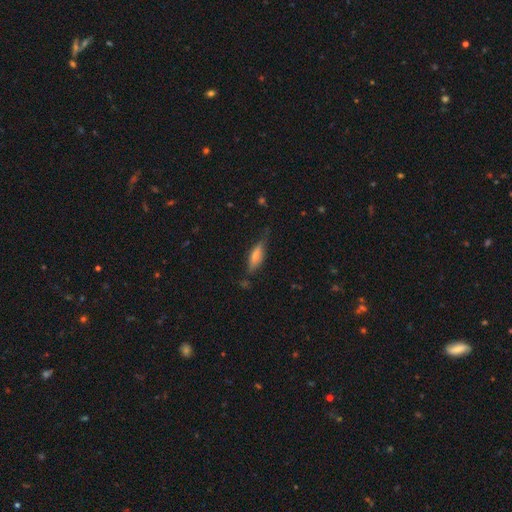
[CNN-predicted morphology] A smooth galaxy with no disk features (55%) that is in between round and cigar-shaped (51%).

Vote fractions:
- Smooth or featured? smooth: 55% / featured or disk: 38% / star or artifact: 7%
- How rounded? in between: 51% / cigar-shaped: 47% / round: 2%
- Merging? none: 65% / minor disturbance: 25% / major disturbance: 7% / merger: 2%